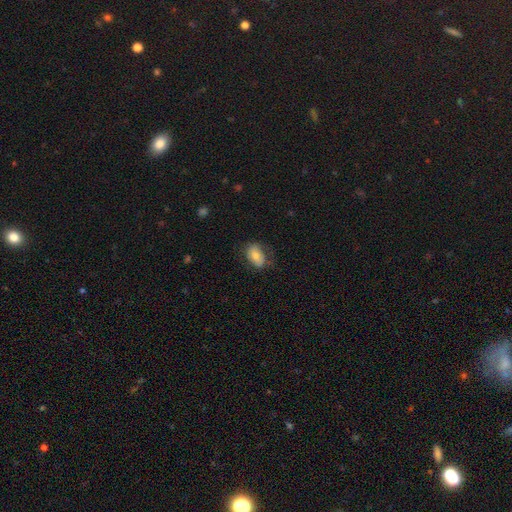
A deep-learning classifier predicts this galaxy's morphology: Smooth or featured? Predicted: smooth (p=0.71). How rounded? Predicted: in between (p=0.85). Merging? Predicted: none (p=0.67).